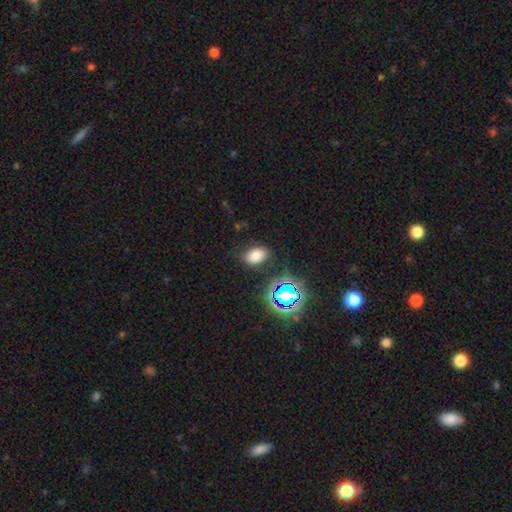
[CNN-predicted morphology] Overall: smooth (71%). How rounded: in between (86%). Merging: none (82%).